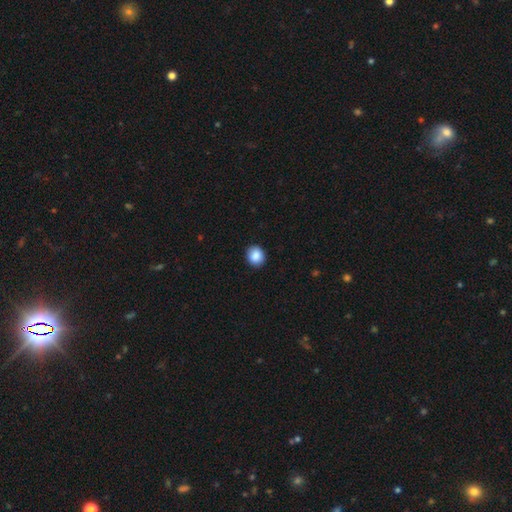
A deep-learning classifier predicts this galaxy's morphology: smooth 88%, star or artifact 8%, featured or disk 4%. Down the decision tree: how rounded — round (75%); merging — none (91%).